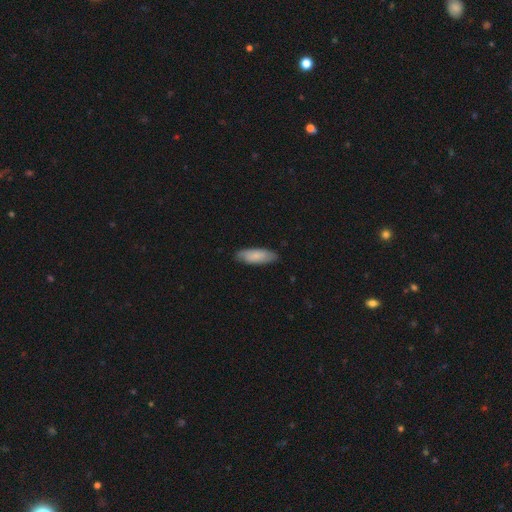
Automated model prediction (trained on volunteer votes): This is likely a smooth galaxy (78%). How rounded: likely in between (63%). Merging: clearly none (84%).